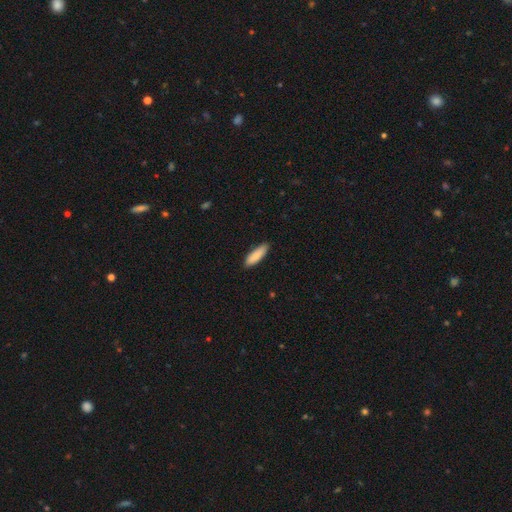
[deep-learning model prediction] A smooth galaxy with no disk features (86%) that is cigar-shaped (53%).

Vote fractions:
- Smooth or featured? smooth: 86% / featured or disk: 8% / star or artifact: 6%
- How rounded? cigar-shaped: 53% / in between: 45% / round: 2%
- Merging? none: 88% / minor disturbance: 10% / major disturbance: 2% / merger: 1%